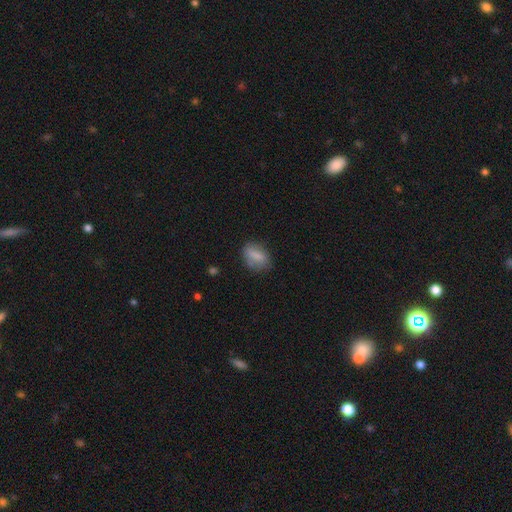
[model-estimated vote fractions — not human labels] Smooth or featured: smooth — 76% (featured or disk — 16%)
How rounded: in between — 76% (round — 16%)
Merging: none — 73% (minor disturbance — 19%)